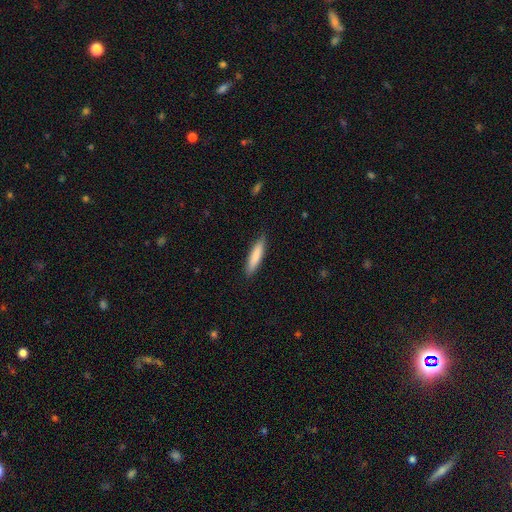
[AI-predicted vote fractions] The model was most divided on "how rounded": cigar-shaped: 83%, in between: 16%, round: 1%. More confident: merging — none (88%); smooth or featured — smooth (82%).